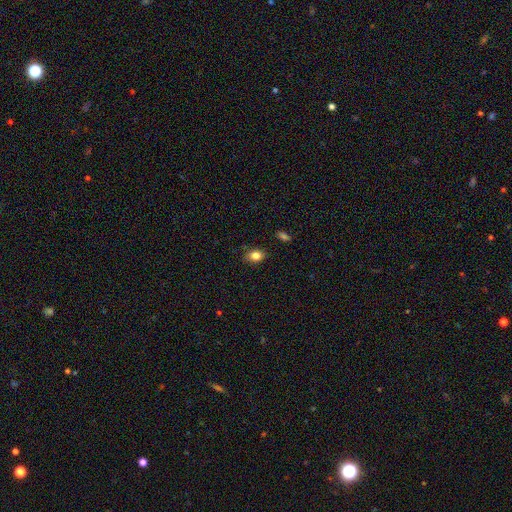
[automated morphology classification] This appears to be a smooth galaxy with no disk features (83%) that is in between round and cigar-shaped (68%). Merging: none (83%).